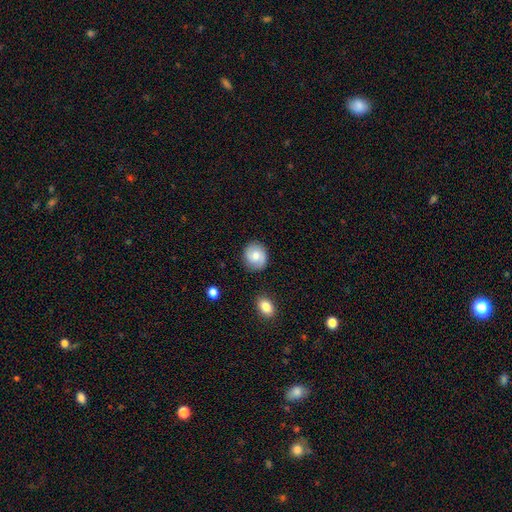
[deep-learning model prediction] Smooth or featured? smooth (62%)
How rounded? round (81%)
Merging? none (84%)